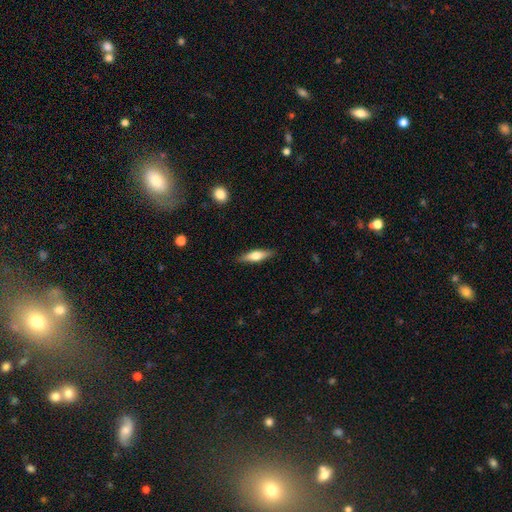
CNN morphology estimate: Smooth or featured: smooth — 57% (featured or disk — 37%)
How rounded: cigar-shaped — 62% (in between — 36%)
Merging: none — 87% (minor disturbance — 9%)